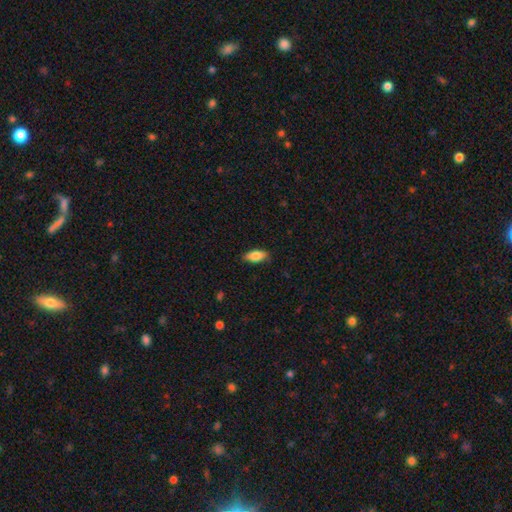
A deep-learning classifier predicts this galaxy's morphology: Smooth or featured?
  - smooth: 82% *
  - featured or disk: 11%
  - star or artifact: 7%
How rounded?
  - in between: 81% *
  - cigar-shaped: 16%
  - round: 2%
Merging?
  - none: 84% *
  - minor disturbance: 12%
  - major disturbance: 2%
  - merger: 1%